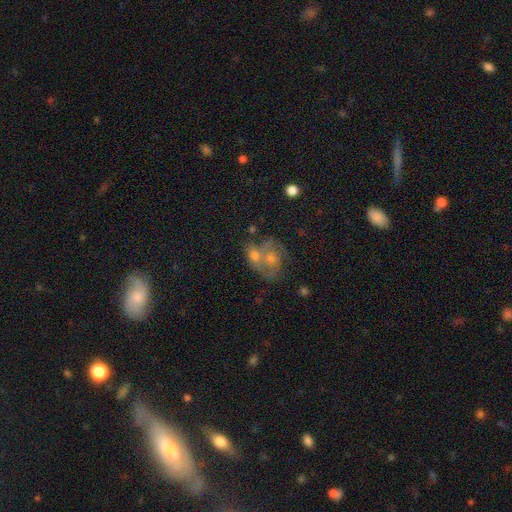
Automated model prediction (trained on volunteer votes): Smooth or featured? Predicted: featured or disk (p=0.58). Edge-on disk? Predicted: no (p=0.96). Bar? Predicted: no (p=0.77). Spiral arms? Predicted: yes (p=0.70). Bulge size? Predicted: moderate (p=0.53). Merging? Predicted: merger (p=0.49).